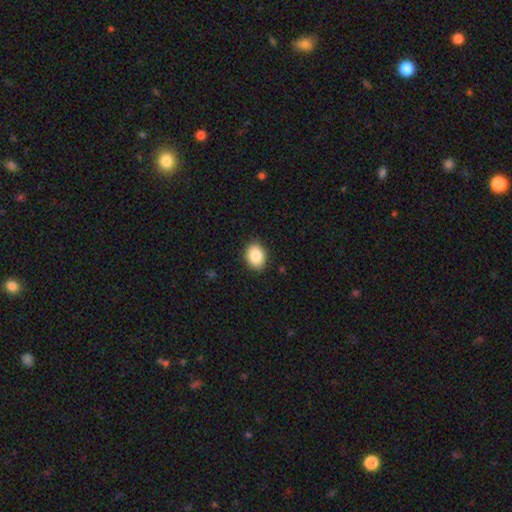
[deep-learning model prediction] The model was most divided on "how rounded": in between: 64%, round: 35%, cigar-shaped: 1%. More confident: merging — none (89%); smooth or featured — smooth (87%).